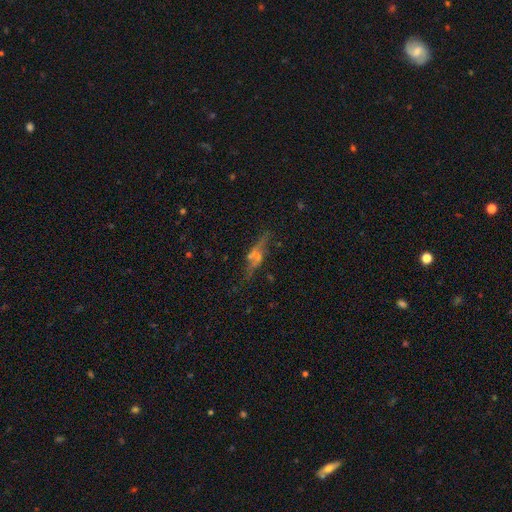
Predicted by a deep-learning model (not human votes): smooth_or_featured: featured or disk (p=0.56) [alt: smooth p=0.27]
disk_edge_on: yes (p=0.59) [alt: no p=0.41]
merging: none (p=0.55) [alt: minor disturbance p=0.20]